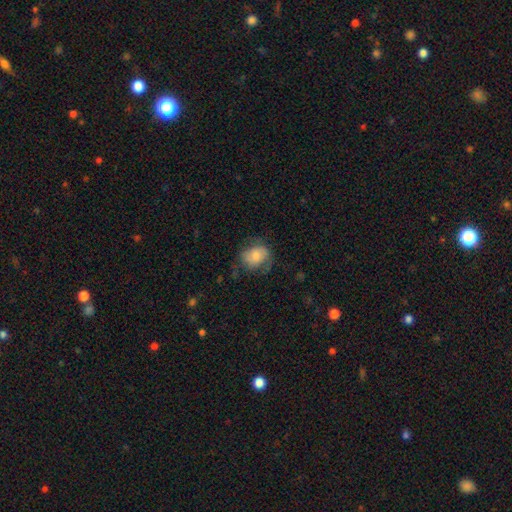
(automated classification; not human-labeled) Morphology: type=smooth (65%); roundness=round (51%); merging=none (56%).